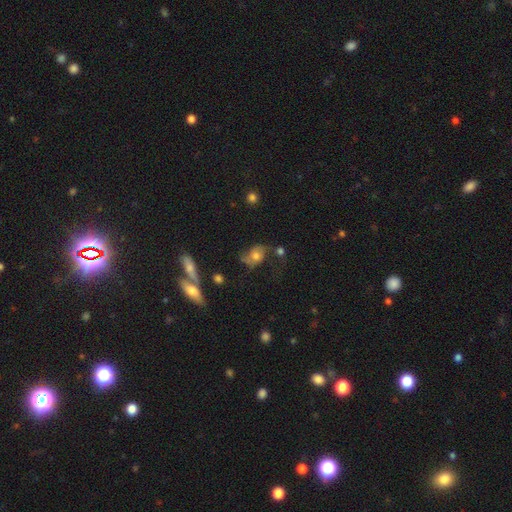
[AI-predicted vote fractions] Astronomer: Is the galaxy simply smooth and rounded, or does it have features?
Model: featured or disk — 50% (runner-up: smooth, 38%).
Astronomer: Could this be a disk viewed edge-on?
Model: no — 92%.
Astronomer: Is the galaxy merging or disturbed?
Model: none — 44% (runner-up: minor disturbance, 25%).